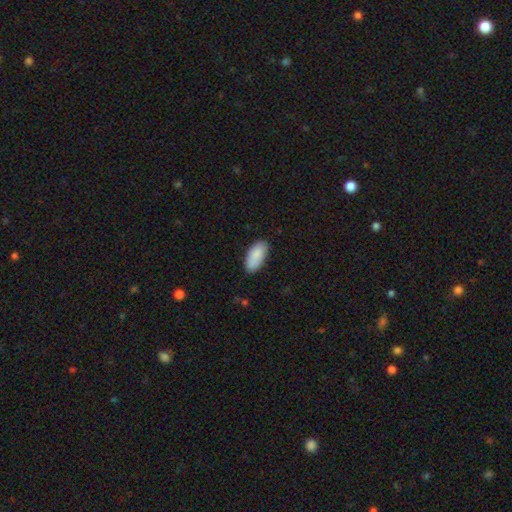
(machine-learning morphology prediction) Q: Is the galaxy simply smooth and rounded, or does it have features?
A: smooth — 89%.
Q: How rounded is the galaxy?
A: in between — 93%.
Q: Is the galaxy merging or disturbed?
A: none — 83%.